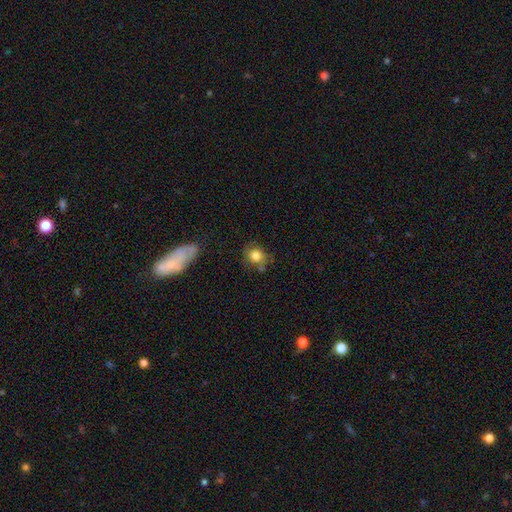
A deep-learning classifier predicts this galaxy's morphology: Smooth or featured? smooth (79%)
How rounded? round (69%)
Merging? none (62%)